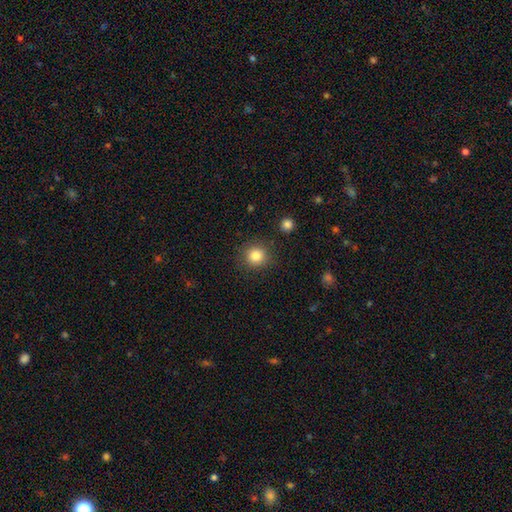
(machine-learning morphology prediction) A smooth galaxy with no disk features (84%) that is round (91%).

Vote fractions:
- Smooth or featured? smooth: 84% / star or artifact: 11% / featured or disk: 5%
- How rounded? round: 91% / in between: 8% / cigar-shaped: 1%
- Merging? none: 87% / minor disturbance: 8% / major disturbance: 3% / merger: 2%